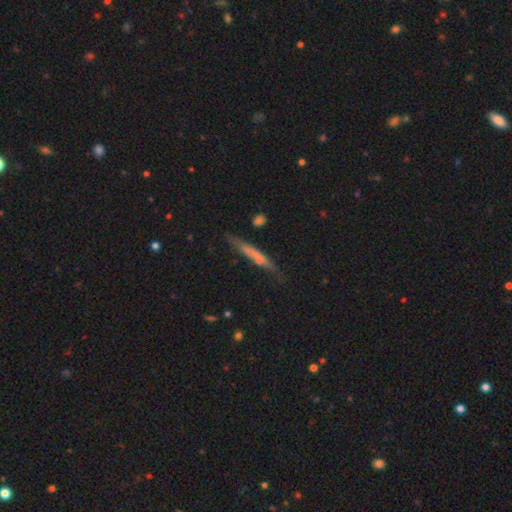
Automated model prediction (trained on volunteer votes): Smooth or featured? smooth (56%)
How rounded? cigar-shaped (92%)
Merging? none (72%)